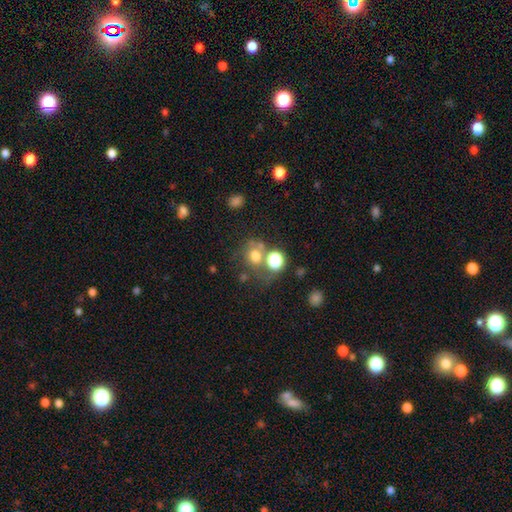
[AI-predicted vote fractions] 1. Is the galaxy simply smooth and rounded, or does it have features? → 67% smooth, 19% star or artifact, 14% featured or disk.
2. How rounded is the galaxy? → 75% round, 24% in between, 1% cigar-shaped.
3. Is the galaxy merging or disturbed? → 49% none, 28% merger, 13% minor disturbance, 10% major disturbance.